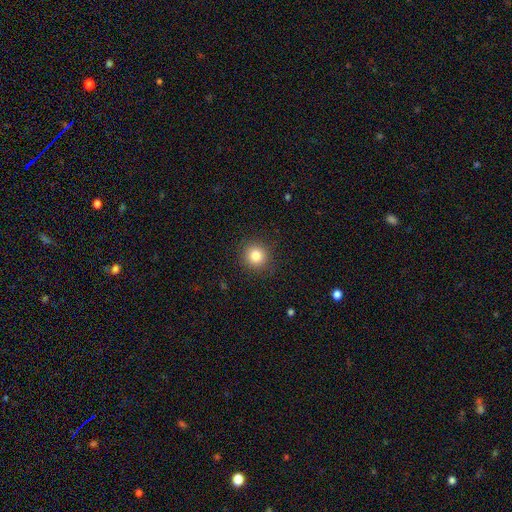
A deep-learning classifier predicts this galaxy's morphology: Smooth or featured: smooth — 82% (star or artifact — 12%)
How rounded: round — 93% (in between — 6%)
Merging: none — 90% (minor disturbance — 6%)